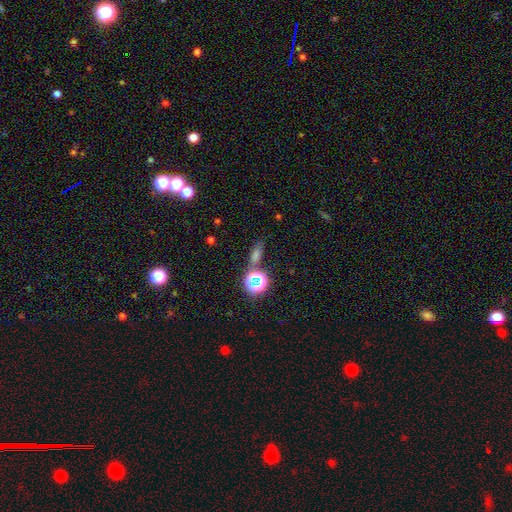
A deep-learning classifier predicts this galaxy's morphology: This appears to be a smooth galaxy with no disk features (48%). Merging: none (70%).